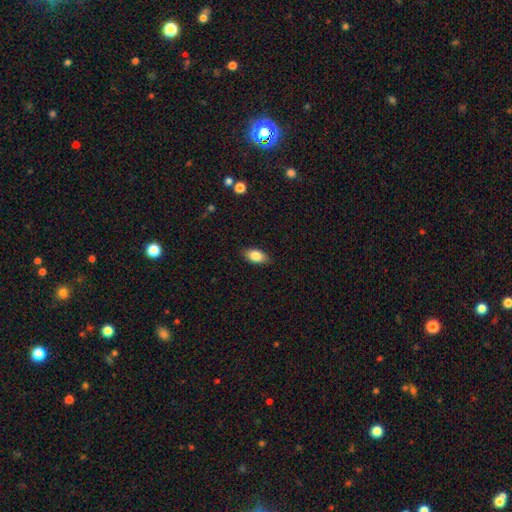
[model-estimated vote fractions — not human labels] Smooth or featured: smooth — 83% (featured or disk — 9%)
How rounded: in between — 90% (round — 6%)
Merging: none — 86% (minor disturbance — 11%)